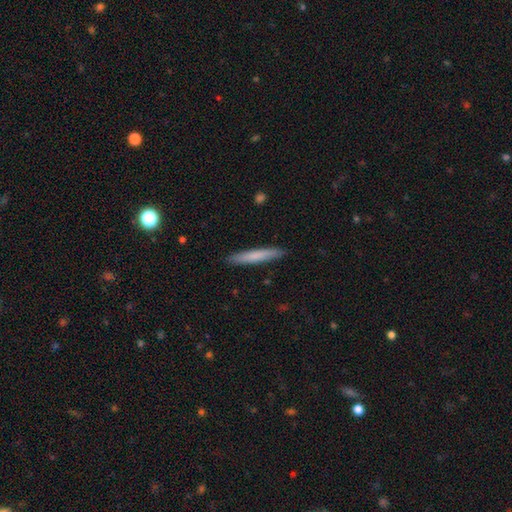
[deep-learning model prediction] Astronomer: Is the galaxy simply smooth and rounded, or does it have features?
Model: smooth — 73%.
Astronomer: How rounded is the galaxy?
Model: cigar-shaped — 95%.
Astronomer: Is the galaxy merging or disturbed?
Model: none — 91%.